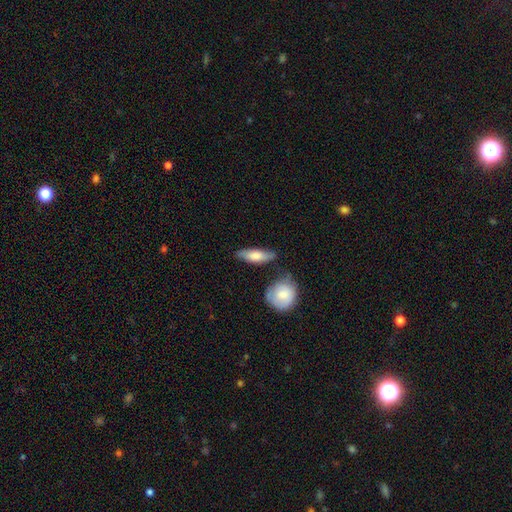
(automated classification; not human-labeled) Q: Smooth or featured?
A: smooth (70%); runner-up: featured or disk (24%)
Q: How rounded?
A: in between (56%); runner-up: cigar-shaped (40%)
Q: Merging?
A: none (69%); runner-up: minor disturbance (19%)